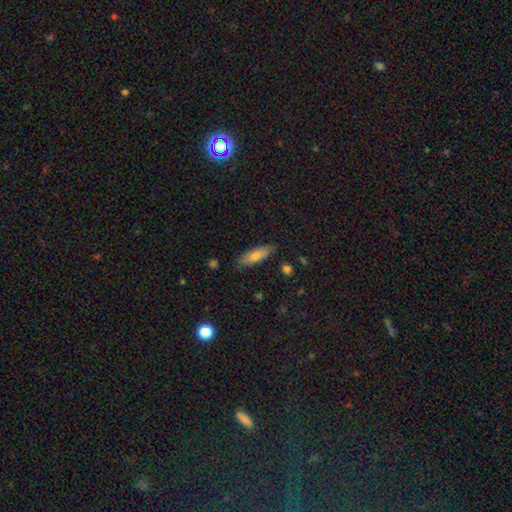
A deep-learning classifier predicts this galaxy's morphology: type=smooth (78%); roundness=in between (53%); merging=none (82%).